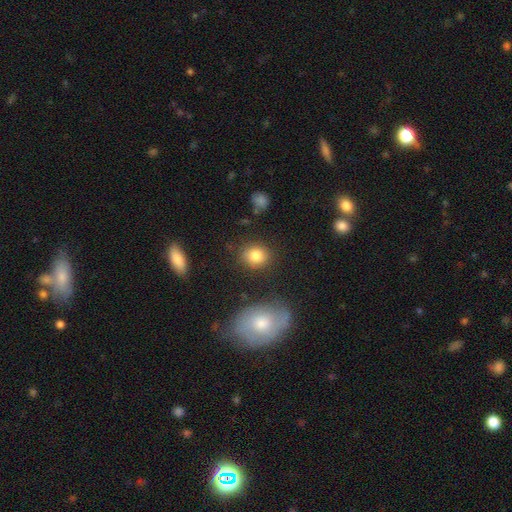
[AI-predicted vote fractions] Q: Smooth or featured?
A: smooth (83%); runner-up: star or artifact (9%)
Q: How rounded?
A: round (65%); runner-up: in between (34%)
Q: Merging?
A: none (83%); runner-up: minor disturbance (10%)